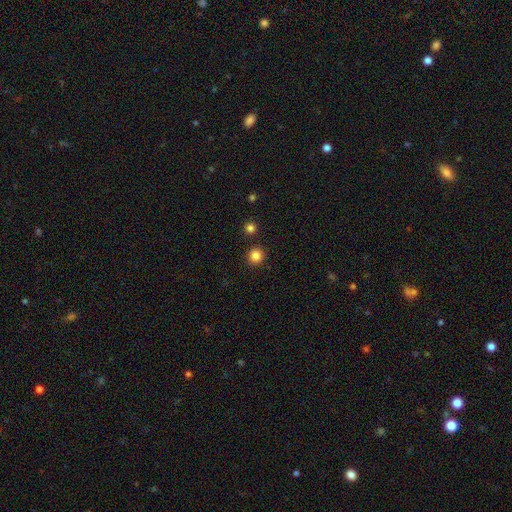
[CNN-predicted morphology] type=smooth (84%); roundness=round (94%); merging=none (90%).